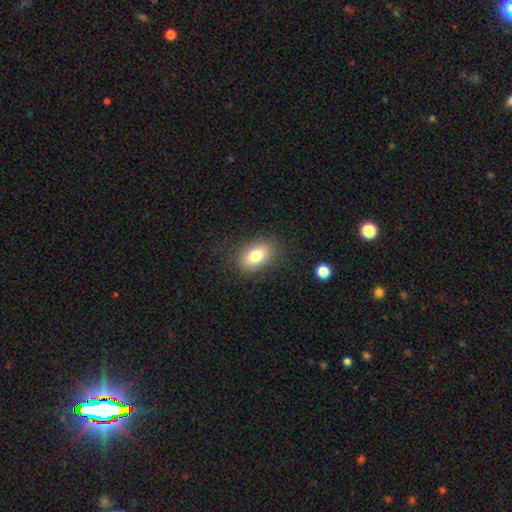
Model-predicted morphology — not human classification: type=smooth (80%); roundness=in between (86%); merging=none (84%).